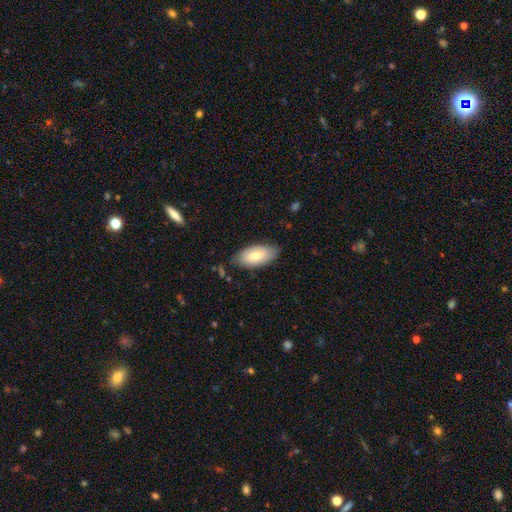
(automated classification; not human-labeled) A smooth galaxy with no disk features (73%) that is in between round and cigar-shaped (93%). Merging: none (78%).